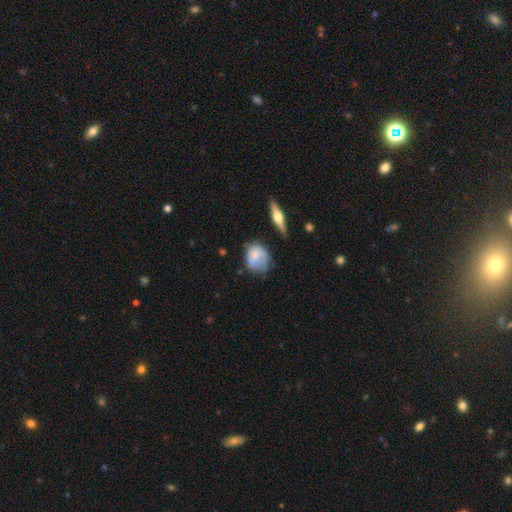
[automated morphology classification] A smooth galaxy with no disk features (61%) that is round (57%). Merging: none (43%).